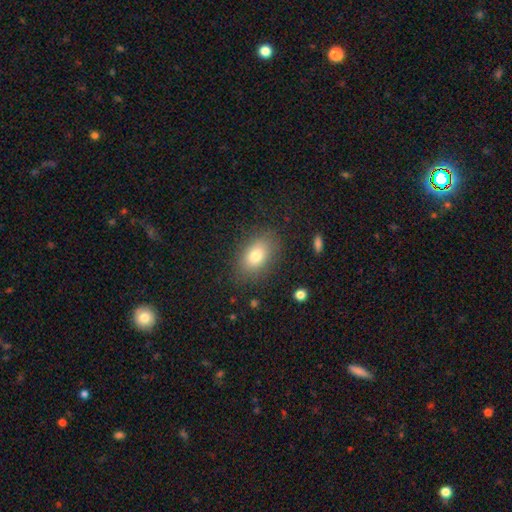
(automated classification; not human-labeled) Smooth or featured?
  - smooth: 79% *
  - featured or disk: 12%
  - star or artifact: 9%
How rounded?
  - in between: 85% *
  - round: 13%
  - cigar-shaped: 2%
Merging?
  - none: 82% *
  - minor disturbance: 12%
  - major disturbance: 4%
  - merger: 1%